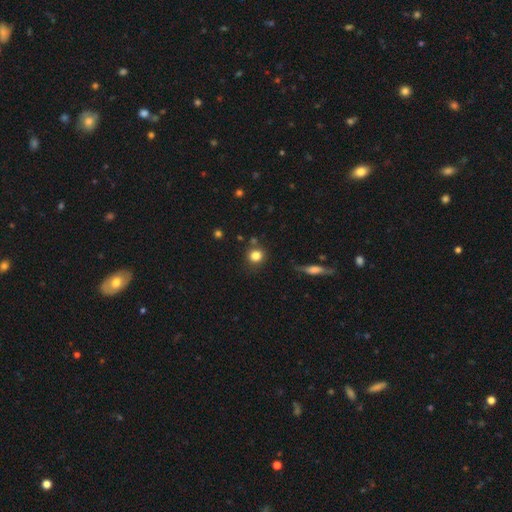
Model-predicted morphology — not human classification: Smooth or featured: smooth — 82% (star or artifact — 11%)
How rounded: round — 89% (in between — 10%)
Merging: none — 79% (minor disturbance — 11%)